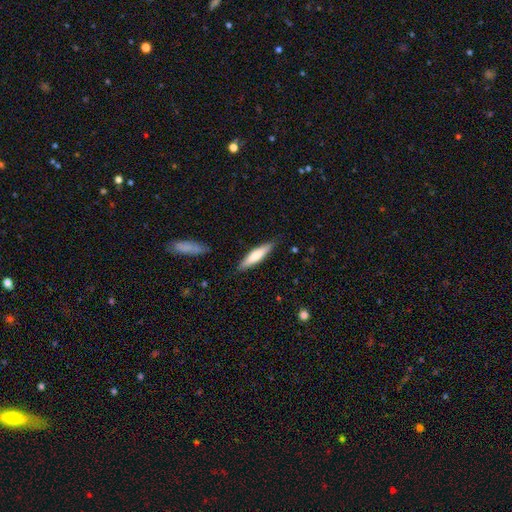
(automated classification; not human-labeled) This appears to be a smooth galaxy with no disk features (66%) that is cigar-shaped (81%). Merging: none (87%).